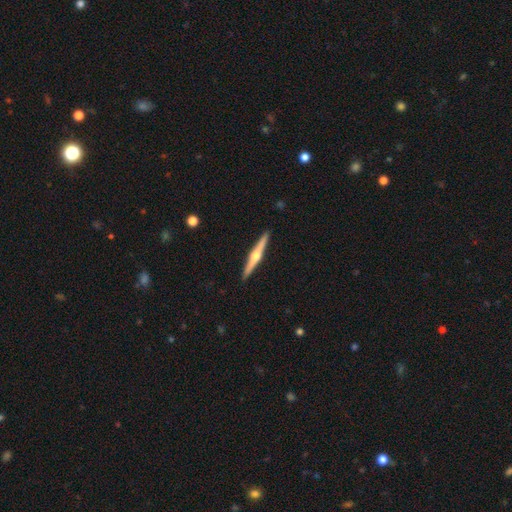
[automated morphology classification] The model was most divided on "smooth or featured": featured or disk: 74%, smooth: 21%, star or artifact: 5%. More confident: edge-on disk — yes (98%); edge-on bulge — rounded (94%); merging — none (92%).